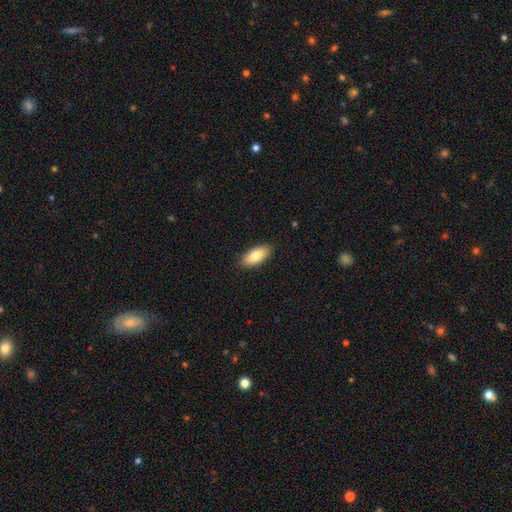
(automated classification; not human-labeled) smooth-or-featured: smooth: 82% | featured or disk: 12% | star or artifact: 6%
  how-rounded: in between: 87% | cigar-shaped: 10% | round: 2%
  merging: none: 88% | minor disturbance: 9% | major disturbance: 2% | merger: 1%